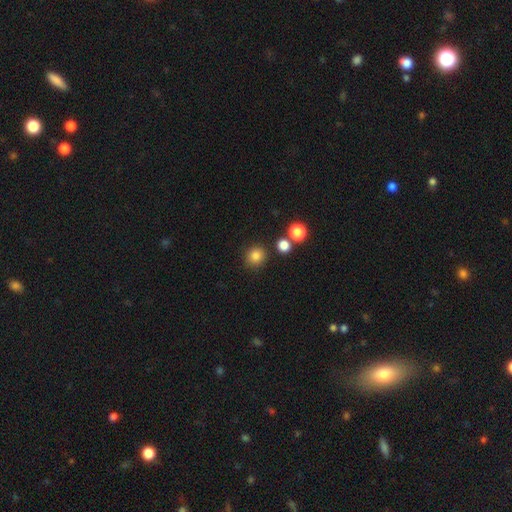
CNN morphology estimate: smooth_or_featured: smooth (p=0.82) [alt: star or artifact p=0.13]
how_rounded: round (p=0.91) [alt: in between p=0.08]
merging: none (p=0.85) [alt: minor disturbance p=0.07]